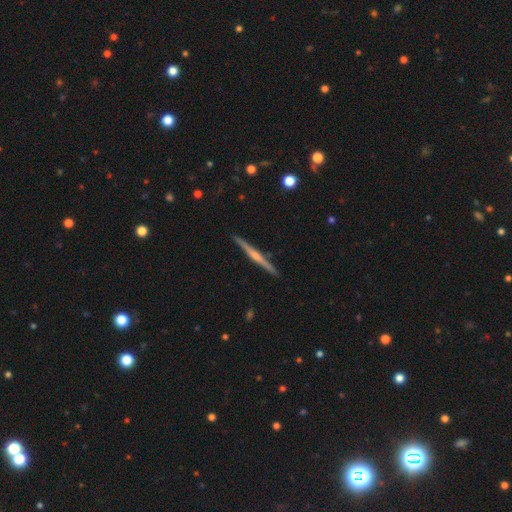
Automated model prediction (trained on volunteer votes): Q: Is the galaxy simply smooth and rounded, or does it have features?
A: featured or disk — 72%.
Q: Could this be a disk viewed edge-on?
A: yes — 98%.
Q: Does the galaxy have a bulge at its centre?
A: rounded — 59%.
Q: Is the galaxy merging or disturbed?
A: none — 92%.